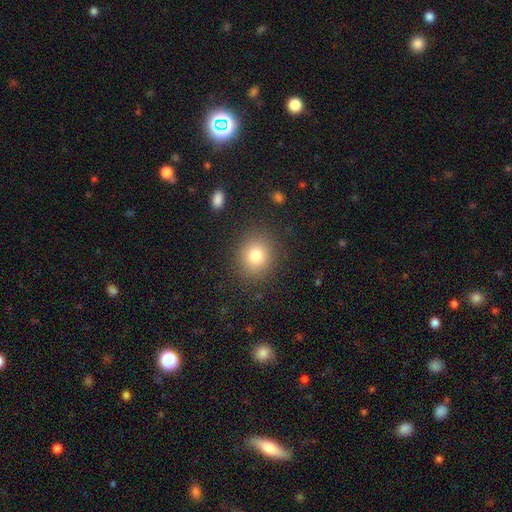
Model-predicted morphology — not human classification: Q: Smooth or featured?
A: smooth (79%); runner-up: star or artifact (12%)
Q: How rounded?
A: round (79%); runner-up: in between (20%)
Q: Merging?
A: none (87%); runner-up: minor disturbance (8%)